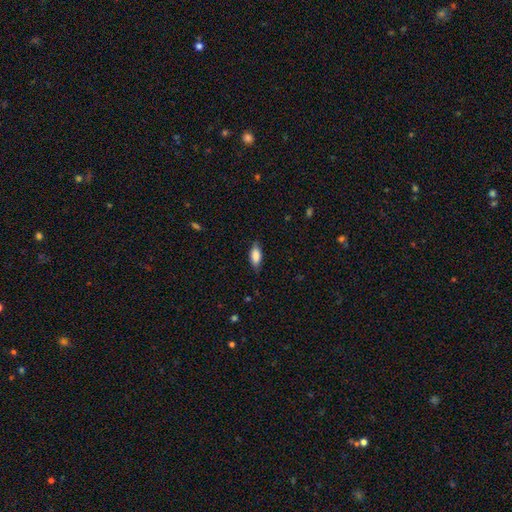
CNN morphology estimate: This appears to be a smooth galaxy with no disk features (82%) that is in between round and cigar-shaped (81%). Merging: none (80%).